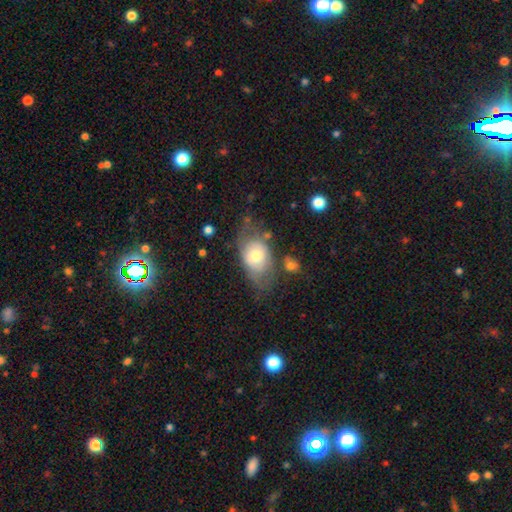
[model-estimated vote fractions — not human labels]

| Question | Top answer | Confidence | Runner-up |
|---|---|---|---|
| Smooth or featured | smooth | 55% | featured or disk (37%) |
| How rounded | in between | 79% | round (19%) |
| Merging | none | 46% | minor disturbance (27%) |